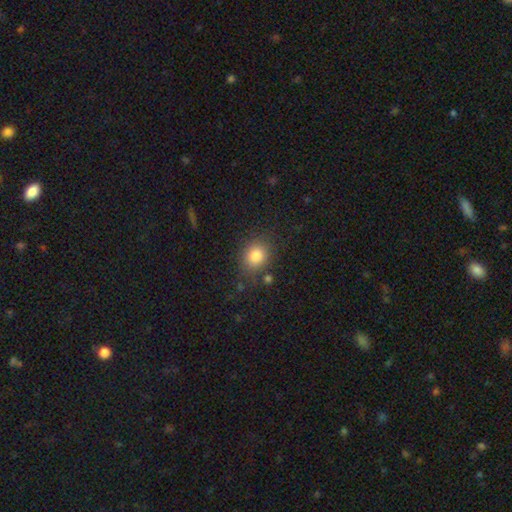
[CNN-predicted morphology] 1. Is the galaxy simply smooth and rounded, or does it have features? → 83% smooth, 11% star or artifact, 7% featured or disk.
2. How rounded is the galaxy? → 62% round, 37% in between, 1% cigar-shaped.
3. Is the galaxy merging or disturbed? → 80% none, 12% minor disturbance, 4% major disturbance, 4% merger.